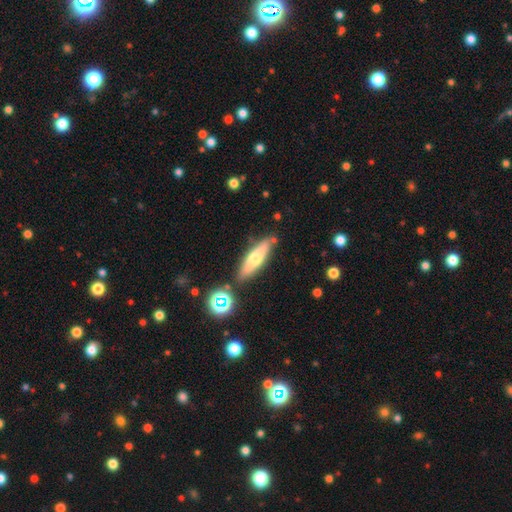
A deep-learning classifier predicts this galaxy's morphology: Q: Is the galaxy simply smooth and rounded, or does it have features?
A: smooth — 50%.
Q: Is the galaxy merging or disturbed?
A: none — 81%.